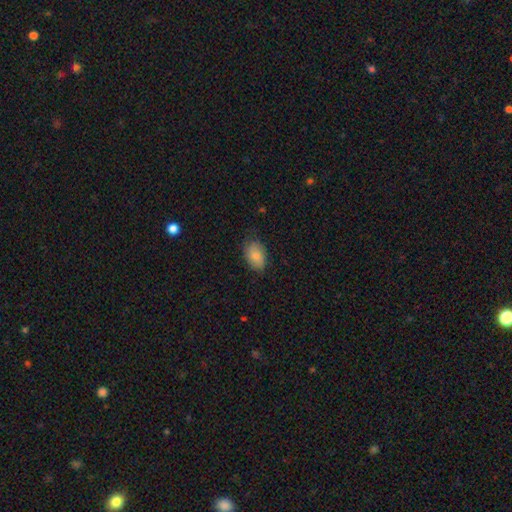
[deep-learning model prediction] smooth-or-featured: smooth: 82% | featured or disk: 12% | star or artifact: 7%
  how-rounded: in between: 88% | round: 11% | cigar-shaped: 1%
  merging: none: 74% | minor disturbance: 21% | major disturbance: 4% | merger: 1%